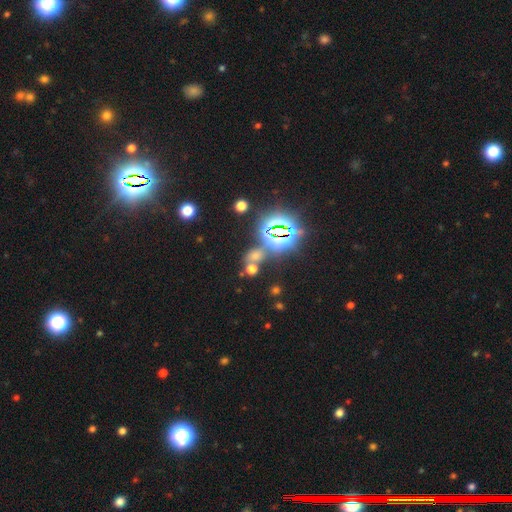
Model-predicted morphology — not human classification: Smooth or featured: star or artifact — 51% (smooth — 41%)